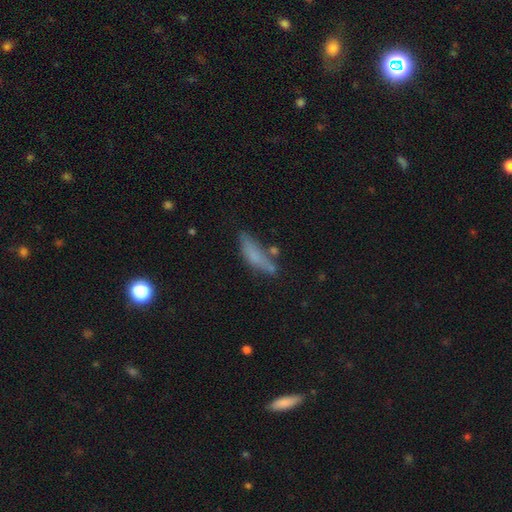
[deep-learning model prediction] smooth_or_featured: smooth (p=0.63) [alt: featured or disk p=0.25]
how_rounded: cigar-shaped (p=0.58) [alt: in between p=0.39]
merging: none (p=0.50) [alt: minor disturbance p=0.27]